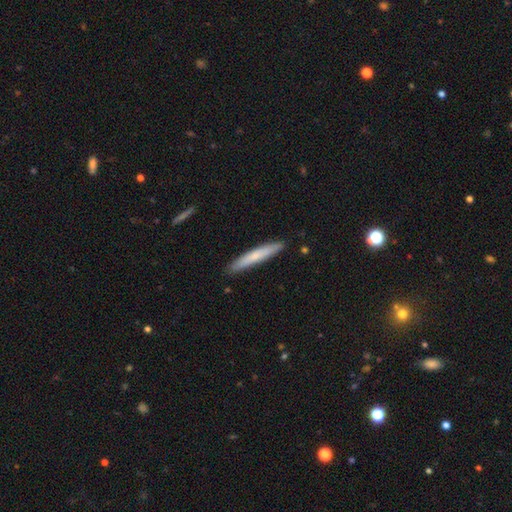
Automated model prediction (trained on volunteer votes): smooth-or-featured: smooth: 67% | featured or disk: 27% | star or artifact: 6%
  how-rounded: cigar-shaped: 94% | in between: 4% | round: 1%
  merging: none: 89% | minor disturbance: 8% | major disturbance: 1% | merger: 1%